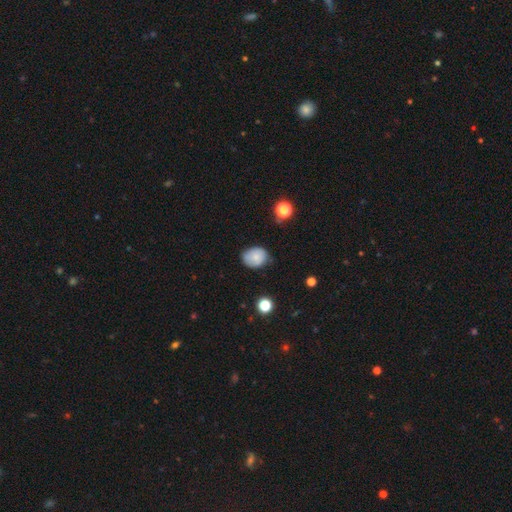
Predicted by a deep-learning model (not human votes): Smooth or featured: smooth — 76% (featured or disk — 15%)
How rounded: round — 52% (in between — 48%)
Merging: none — 67% (minor disturbance — 26%)